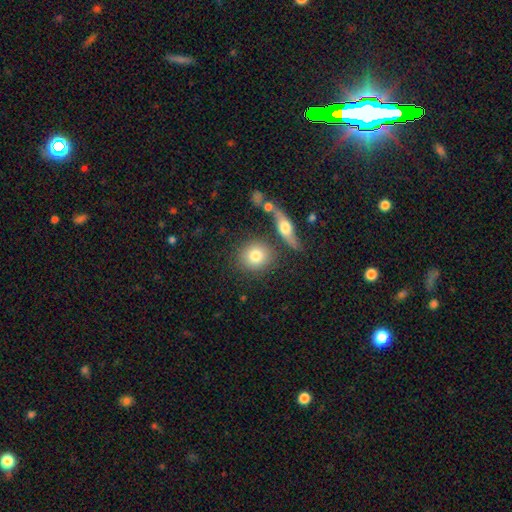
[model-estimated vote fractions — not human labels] This is likely a smooth galaxy (78%). How rounded: clearly round (80%). Merging: likely none (76%).